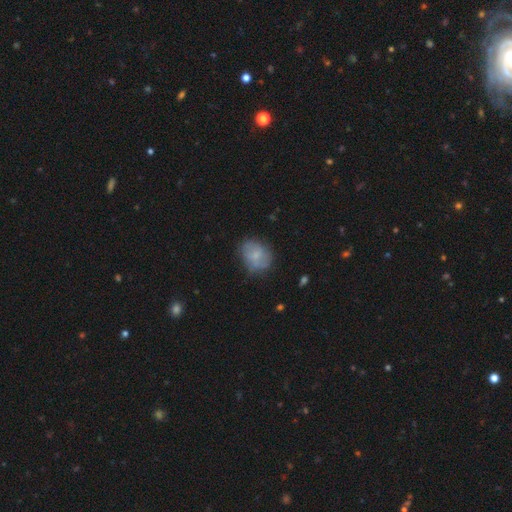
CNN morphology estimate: Overall: smooth (63%; featured or disk 29%). How rounded: in between (52%; round 47%). Merging: none (64%; minor disturbance 26%).